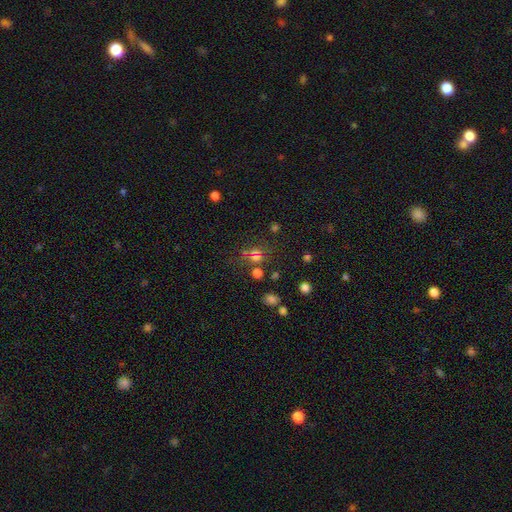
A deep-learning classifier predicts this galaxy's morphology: Smooth or featured? smooth (47%)
Merging? none (67%)